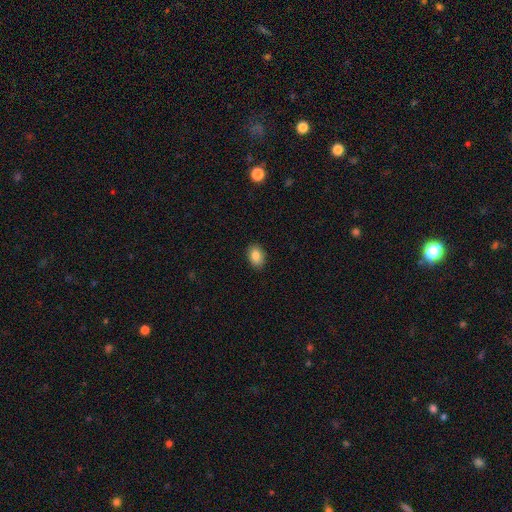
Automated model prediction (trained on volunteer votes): Smooth or featured? Predicted: smooth (p=0.84). How rounded? Predicted: in between (p=0.81). Merging? Predicted: none (p=0.89).